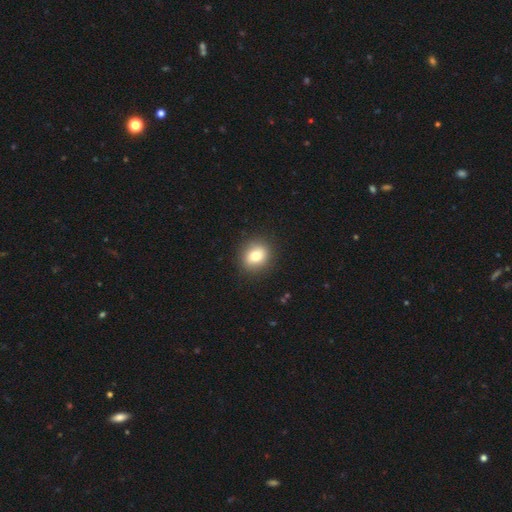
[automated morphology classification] Smooth or featured: smooth — 78% (featured or disk — 12%)
How rounded: round — 67% (in between — 32%)
Merging: none — 89% (minor disturbance — 8%)